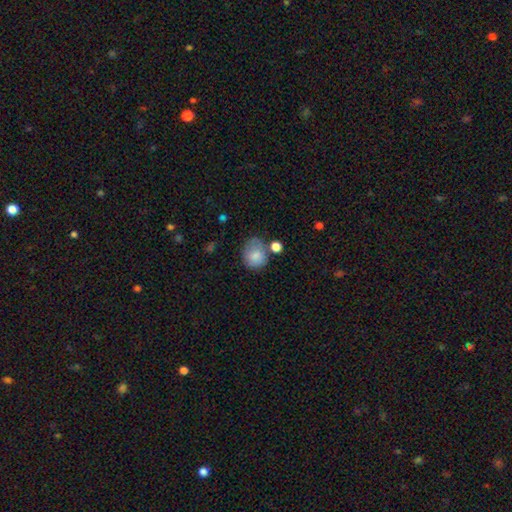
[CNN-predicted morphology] Smooth or featured: smooth — 79% (featured or disk — 13%)
How rounded: round — 67% (in between — 32%)
Merging: none — 51% (minor disturbance — 25%)